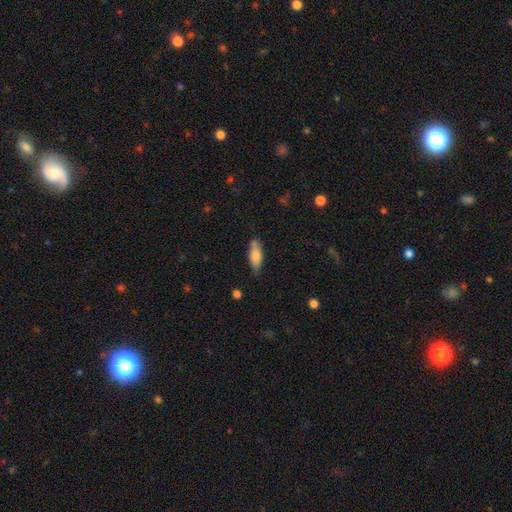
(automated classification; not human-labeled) Overall: smooth (78%). How rounded: in between (71%). Merging: none (72%).